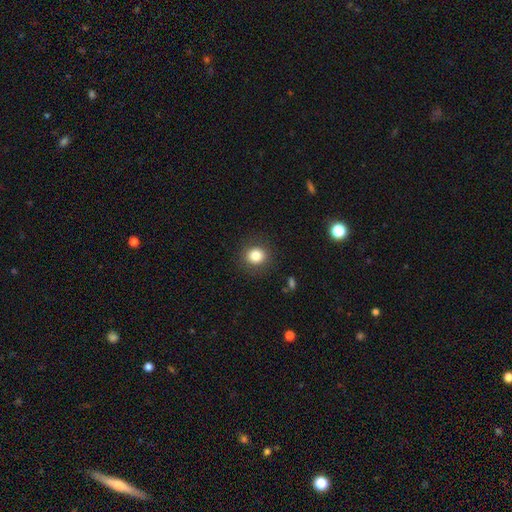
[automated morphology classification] A smooth galaxy with no disk features (82%) that is round (85%). Merging: none (88%).